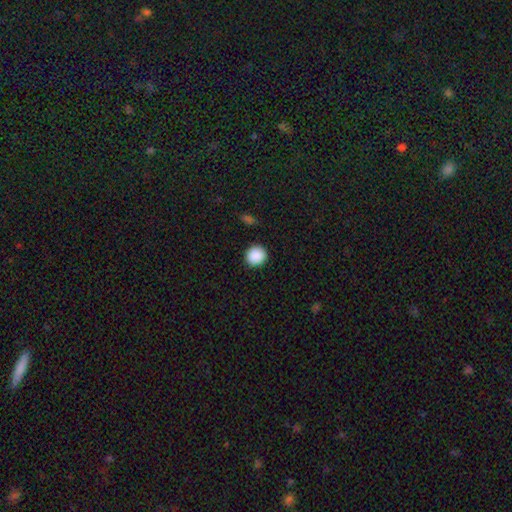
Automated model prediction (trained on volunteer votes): Smooth or featured? smooth (90%)
How rounded? round (90%)
Merging? none (91%)